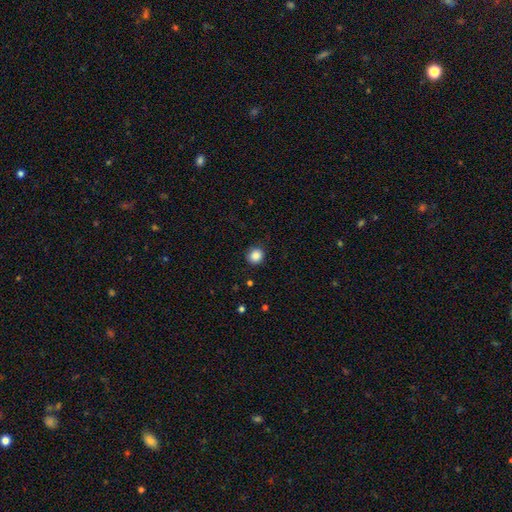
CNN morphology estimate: smooth_or_featured: smooth (p=0.87) [alt: star or artifact p=0.10]
how_rounded: round (p=0.88) [alt: in between p=0.11]
merging: none (p=0.89) [alt: minor disturbance p=0.08]